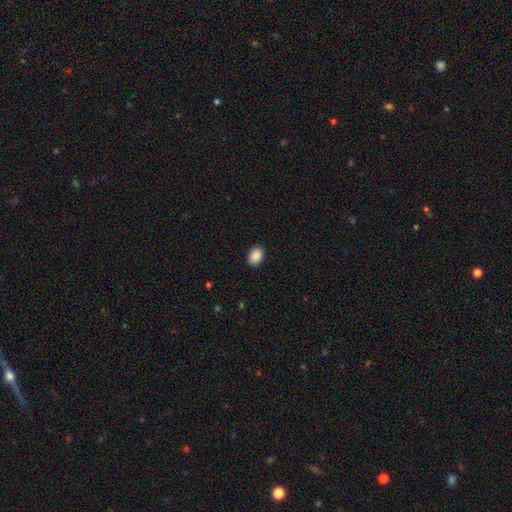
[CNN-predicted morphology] type=smooth (90%); roundness=in between (78%); merging=none (90%).